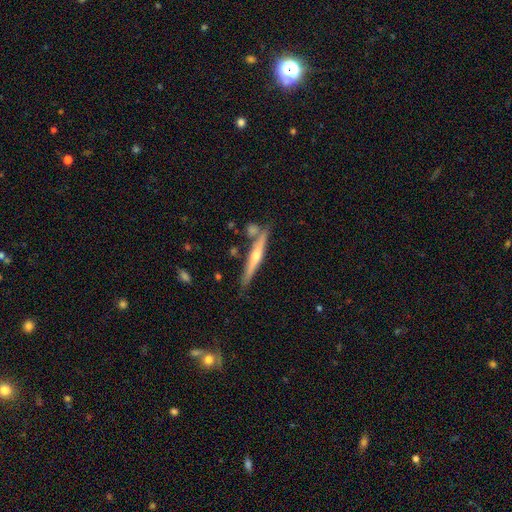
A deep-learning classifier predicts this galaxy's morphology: This is likely a featured or disk galaxy (66%). It is clearly viewed edge-on (97%). Edge-on bulge: clearly rounded (80%). Merging: likely none (77%).